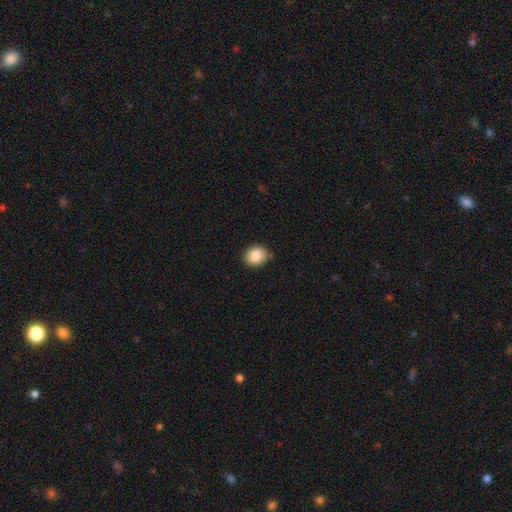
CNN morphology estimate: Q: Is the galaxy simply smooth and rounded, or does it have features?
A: smooth — 87%.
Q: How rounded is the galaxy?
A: round — 67%.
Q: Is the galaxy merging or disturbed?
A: none — 79%.